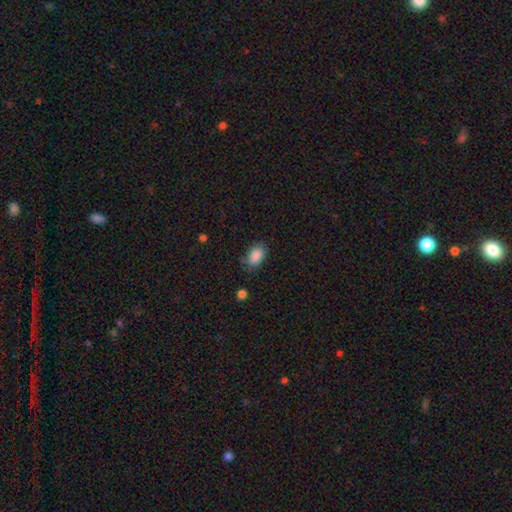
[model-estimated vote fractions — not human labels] Smooth or featured? smooth (88%)
How rounded? in between (89%)
Merging? none (74%)